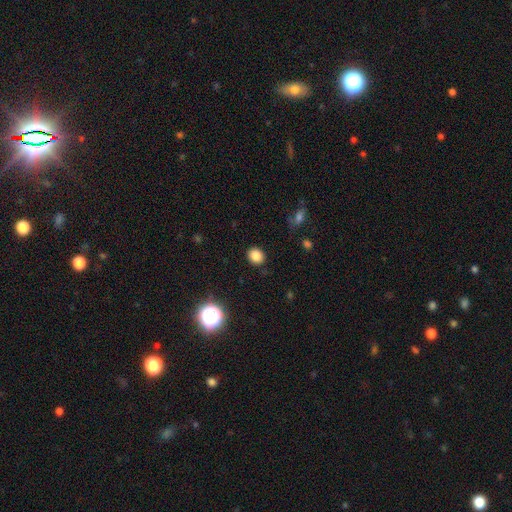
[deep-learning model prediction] smooth 83%, star or artifact 12%, featured or disk 5%. Down the decision tree: how rounded — round (69%); merging — none (89%).